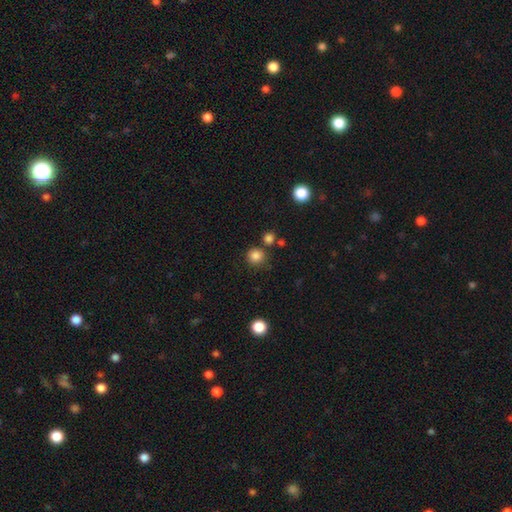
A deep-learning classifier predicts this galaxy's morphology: type=smooth (84%); roundness=round (92%); merging=none (79%).